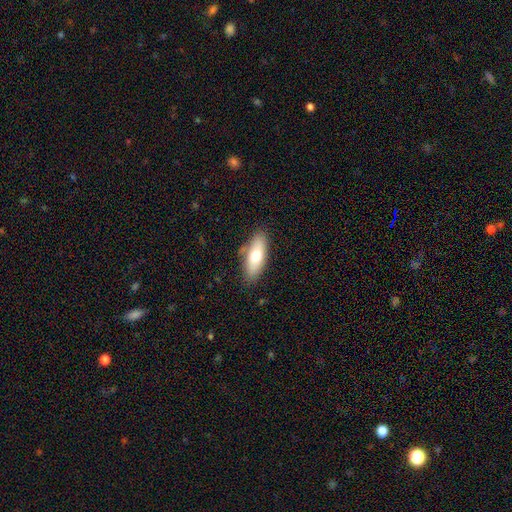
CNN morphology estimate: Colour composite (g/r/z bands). It shows a smooth galaxy with no disk features (69%) that is in between round and cigar-shaped (74%). Merging: none (79%).